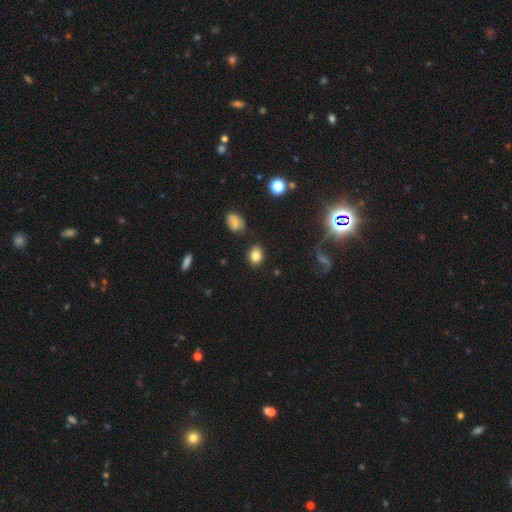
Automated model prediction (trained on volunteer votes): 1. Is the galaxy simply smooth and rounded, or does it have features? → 82% smooth, 11% star or artifact, 7% featured or disk.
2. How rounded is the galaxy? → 55% round, 44% in between, 1% cigar-shaped.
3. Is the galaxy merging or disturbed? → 84% none, 10% minor disturbance, 3% major disturbance, 2% merger.